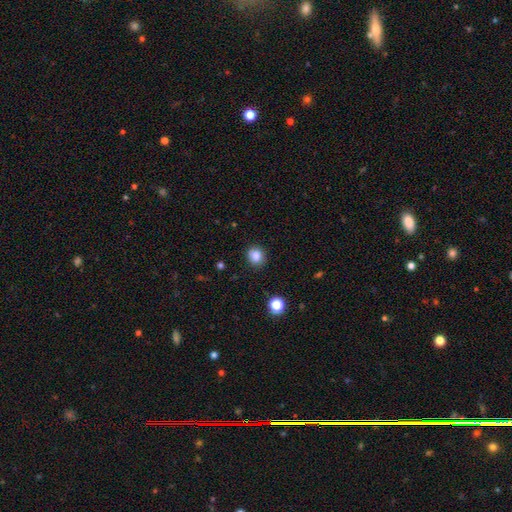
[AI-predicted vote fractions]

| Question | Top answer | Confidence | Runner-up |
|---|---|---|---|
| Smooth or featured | smooth | 84% | star or artifact (11%) |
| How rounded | round | 73% | in between (26%) |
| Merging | none | 86% | minor disturbance (10%) |